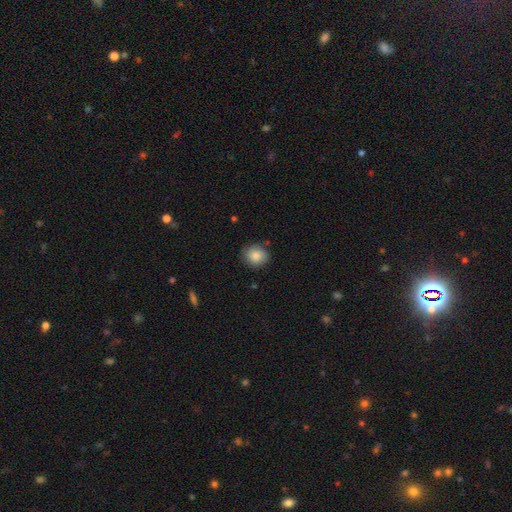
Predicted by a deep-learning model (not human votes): The model was most divided on "how rounded": round: 77%, in between: 22%, cigar-shaped: 1%. More confident: smooth or featured — smooth (86%); merging — none (83%).